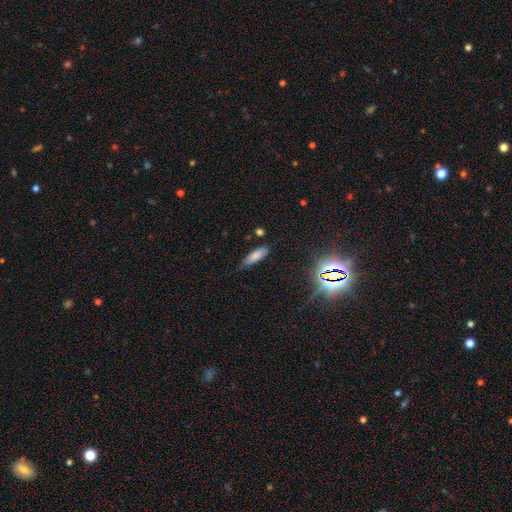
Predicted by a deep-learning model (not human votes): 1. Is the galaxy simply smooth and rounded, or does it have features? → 77% smooth, 12% featured or disk, 11% star or artifact.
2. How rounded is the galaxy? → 54% in between, 44% cigar-shaped, 2% round.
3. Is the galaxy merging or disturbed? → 69% none, 24% minor disturbance, 5% major disturbance, 3% merger.